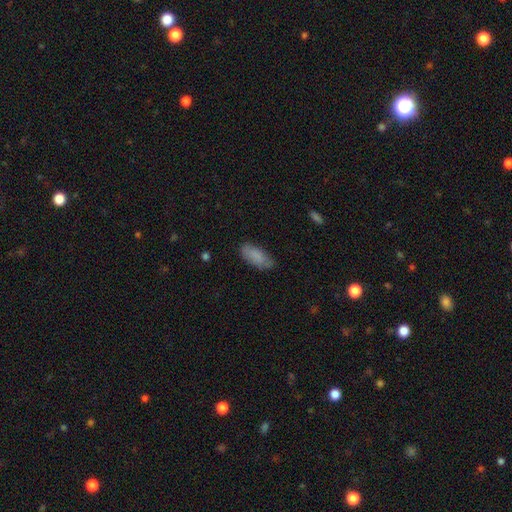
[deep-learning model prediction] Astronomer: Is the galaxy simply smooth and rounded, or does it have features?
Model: smooth — 83%.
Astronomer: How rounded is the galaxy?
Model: in between — 86%.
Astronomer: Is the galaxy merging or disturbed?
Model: none — 74%.